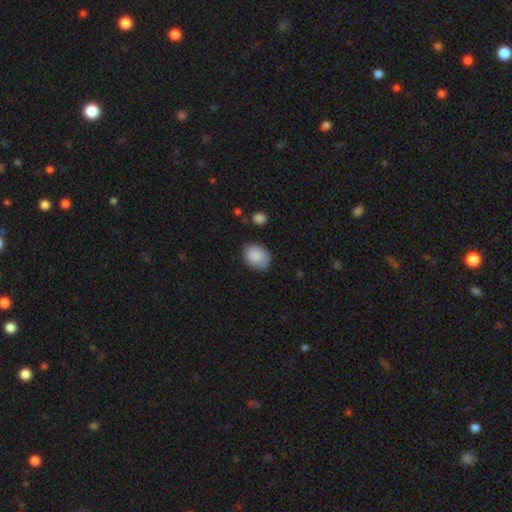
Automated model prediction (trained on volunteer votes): A smooth galaxy with no disk features (88%) that is in between round and cigar-shaped (72%). Merging: none (73%).